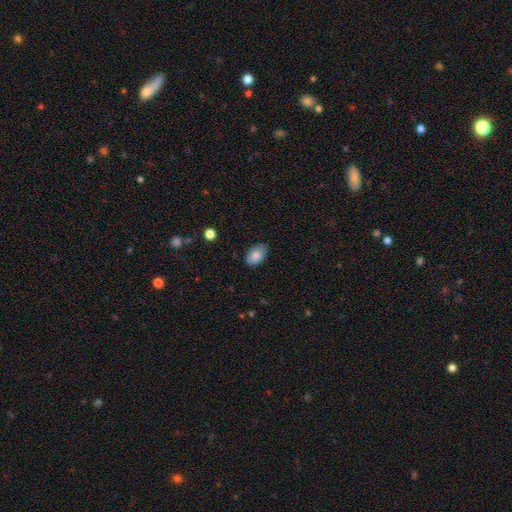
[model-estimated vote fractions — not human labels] Morphology: type=smooth (82%); roundness=in between (90%); merging=none (85%).